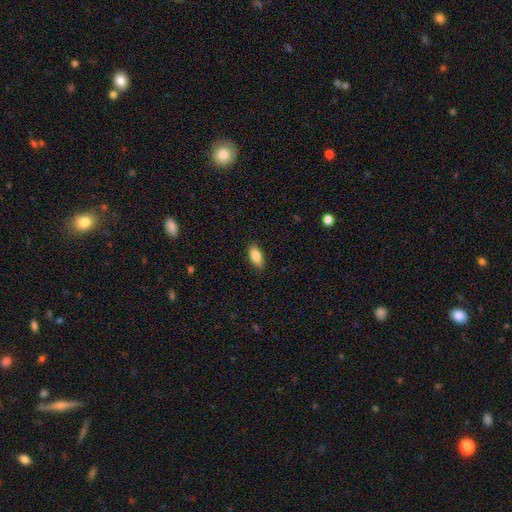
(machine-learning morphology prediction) Smooth or featured? Predicted: smooth (p=0.86). How rounded? Predicted: in between (p=0.88). Merging? Predicted: none (p=0.88).